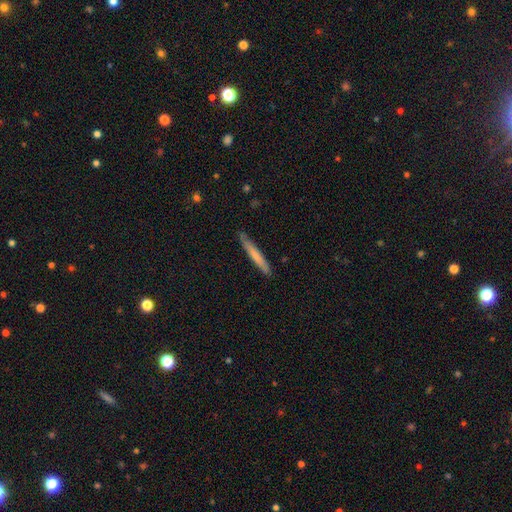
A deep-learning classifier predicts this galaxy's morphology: smooth 69%, featured or disk 26%, star or artifact 5%. Down the decision tree: how rounded — cigar-shaped (96%); merging — none (86%).